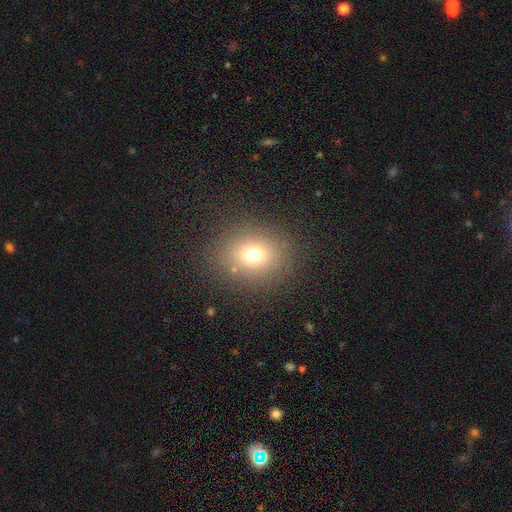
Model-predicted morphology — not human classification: Smooth or featured: smooth — 71% (star or artifact — 18%)
How rounded: round — 64% (in between — 35%)
Merging: none — 87% (minor disturbance — 8%)